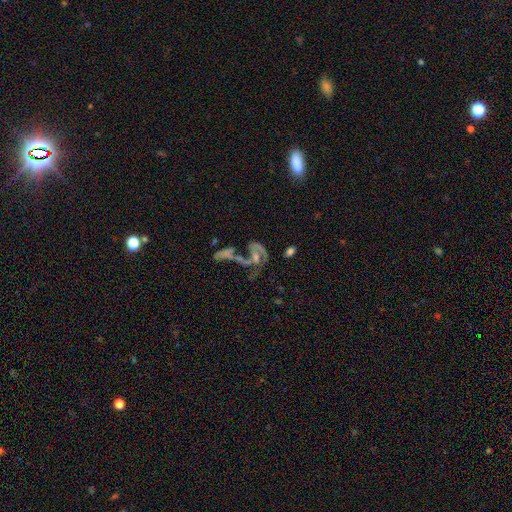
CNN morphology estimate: This is likely a featured or disk galaxy (68%). It is clearly not viewed edge-on (96%). Bar: likely no (62%). Spiral arm pattern: likely yes (69%). Central bulge: marginally none (32%). Merging: marginally merger (42%).